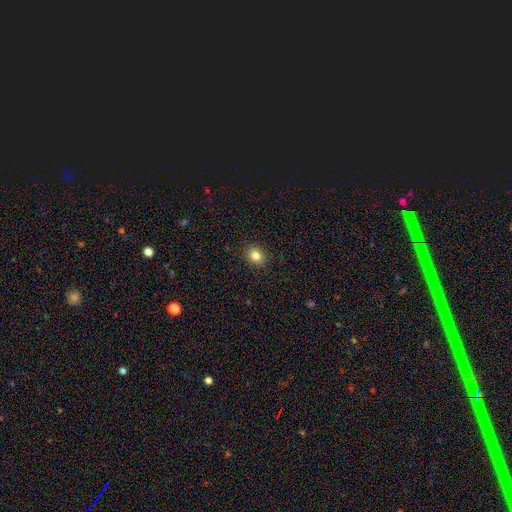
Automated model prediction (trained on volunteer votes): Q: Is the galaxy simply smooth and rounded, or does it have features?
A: smooth — 83%.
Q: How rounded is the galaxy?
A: round — 55%.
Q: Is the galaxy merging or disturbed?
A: none — 90%.